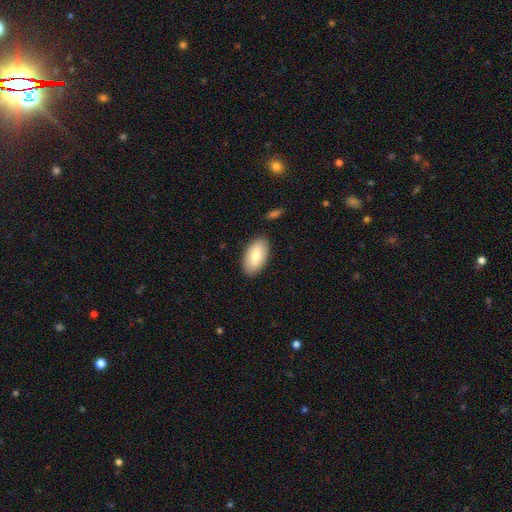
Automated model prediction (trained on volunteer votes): Smooth or featured: smooth — 76% (featured or disk — 18%)
How rounded: in between — 95% (cigar-shaped — 3%)
Merging: none — 86% (minor disturbance — 10%)